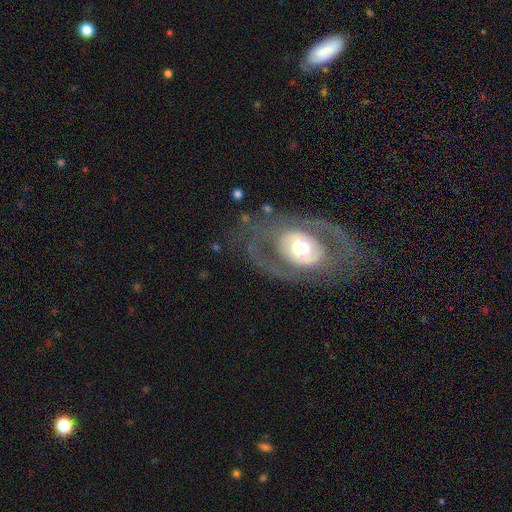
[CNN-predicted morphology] This is likely a featured or disk galaxy (76%). It is clearly not viewed edge-on (93%). Bar: likely no (68%). Spiral arm pattern: possibly yes (55%). Central bulge: likely moderate (61%). Merging: likely none (78%).